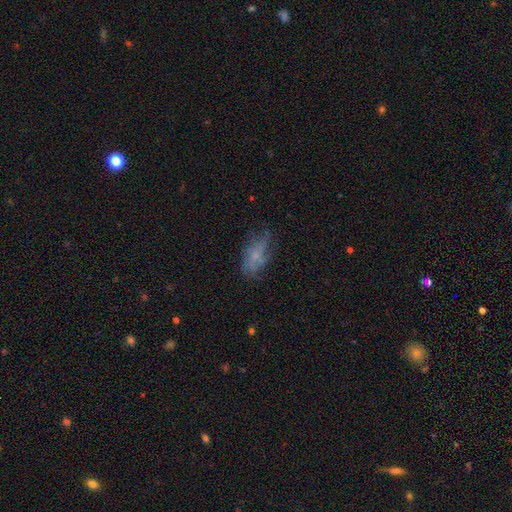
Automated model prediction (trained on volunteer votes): Smooth or featured?
  - smooth: 48% *
  - featured or disk: 39%
  - star or artifact: 13%
Merging?
  - none: 52% *
  - minor disturbance: 28%
  - major disturbance: 17%
  - merger: 3%